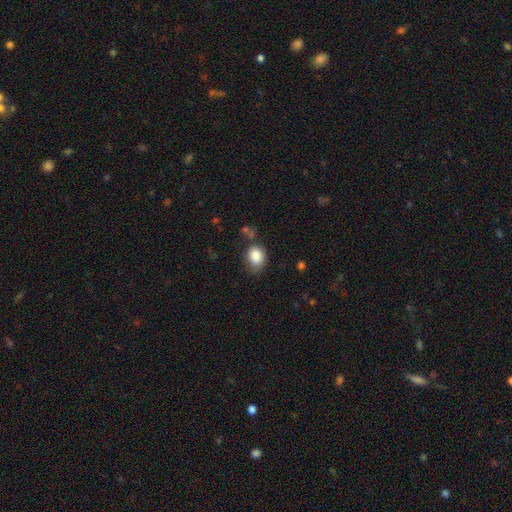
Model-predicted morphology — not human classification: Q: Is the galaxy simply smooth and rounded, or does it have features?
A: smooth — 86%.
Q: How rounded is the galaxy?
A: in between — 54%.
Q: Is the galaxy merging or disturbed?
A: none — 59%.